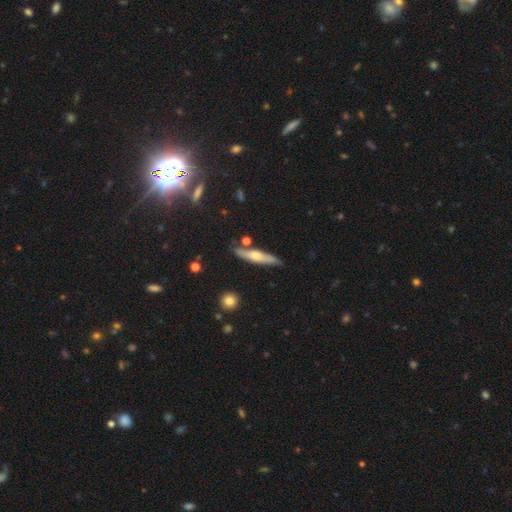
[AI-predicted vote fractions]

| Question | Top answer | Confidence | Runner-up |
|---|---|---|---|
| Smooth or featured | featured or disk | 51% | smooth (43%) |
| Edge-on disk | yes | 86% | no (14%) |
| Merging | none | 77% | minor disturbance (15%) |